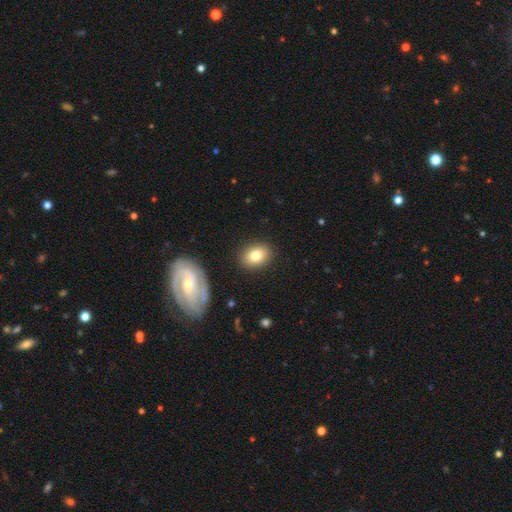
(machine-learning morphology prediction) type=smooth (79%); roundness=in between (63%); merging=none (87%).